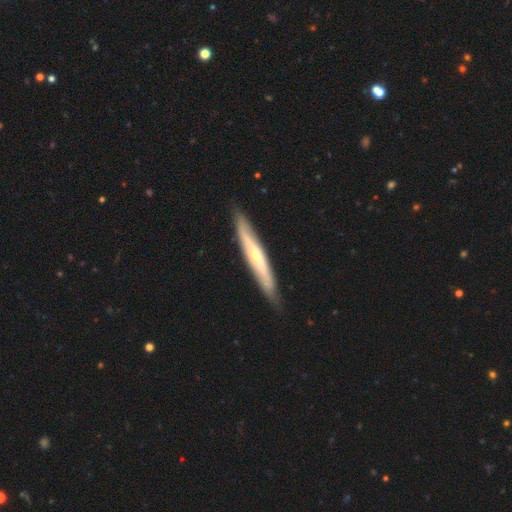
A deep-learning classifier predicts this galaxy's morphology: A featured or disk galaxy (63%) viewed edge-on (81%) with a rounded central bulge (71%). Merging: none (86%).